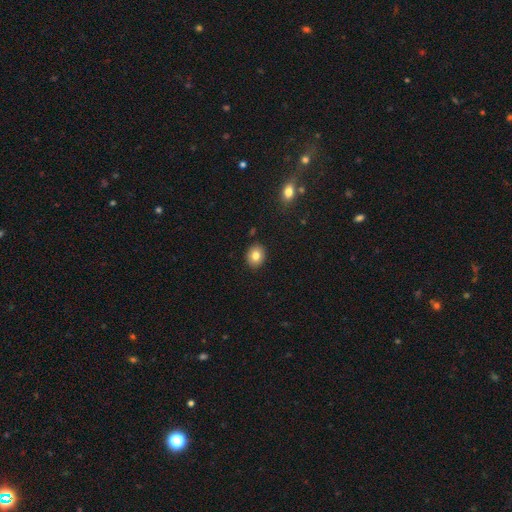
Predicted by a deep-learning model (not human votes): This is clearly a smooth galaxy (81%). How rounded: likely round (66%). Merging: clearly none (90%).